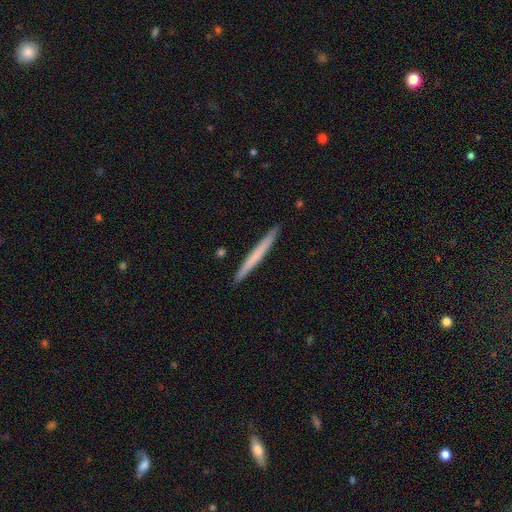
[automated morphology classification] A smooth galaxy with no disk features (61%) that is cigar-shaped (97%).

Vote fractions:
- Smooth or featured? smooth: 61% / featured or disk: 34% / star or artifact: 5%
- How rounded? cigar-shaped: 97% / in between: 1% / round: 1%
- Merging? none: 92% / minor disturbance: 5% / merger: 1% / major disturbance: 1%